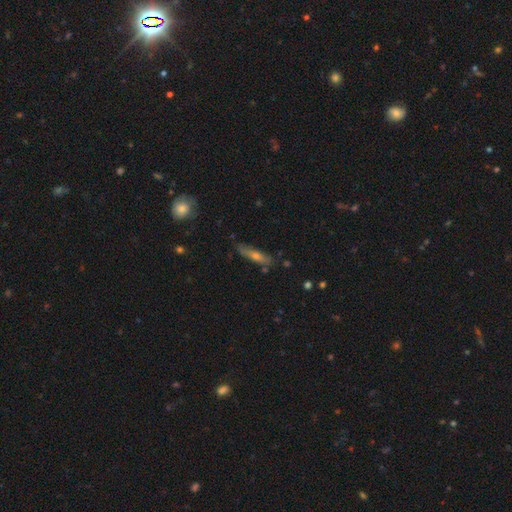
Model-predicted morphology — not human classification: Overall: smooth (45%, tied with featured or disk). Merging: none (75%).